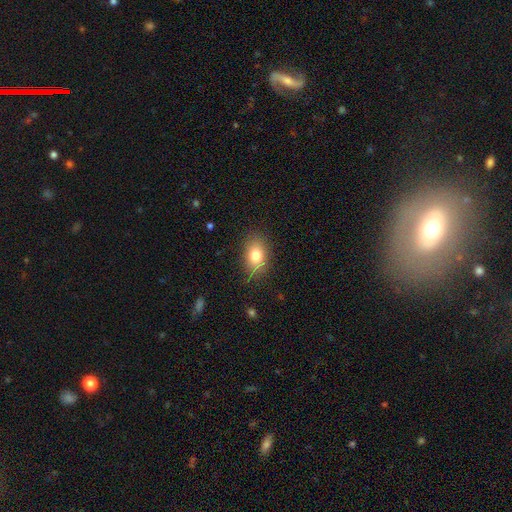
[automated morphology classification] type=smooth (78%); roundness=in between (77%); merging=none (78%).